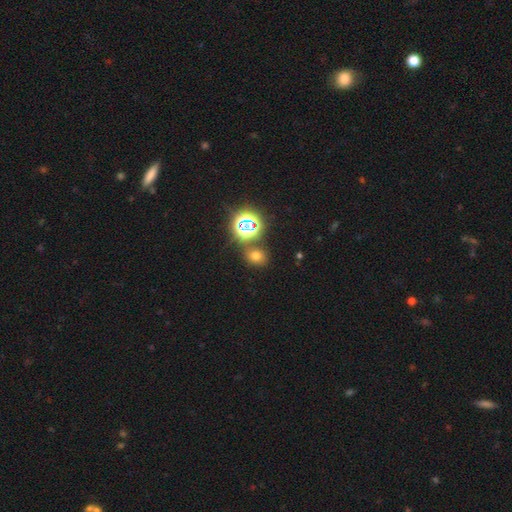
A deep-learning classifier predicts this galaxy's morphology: smooth 61%, star or artifact 31%, featured or disk 8%. Down the decision tree: how rounded — round (59%); merging — none (76%).